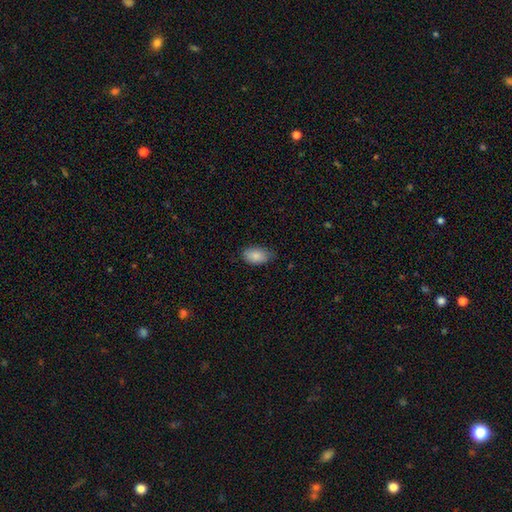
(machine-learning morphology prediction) Smooth or featured?
  - smooth: 86% *
  - star or artifact: 7%
  - featured or disk: 6%
How rounded?
  - in between: 92% *
  - round: 7%
  - cigar-shaped: 2%
Merging?
  - none: 68% *
  - minor disturbance: 27%
  - major disturbance: 4%
  - merger: 1%